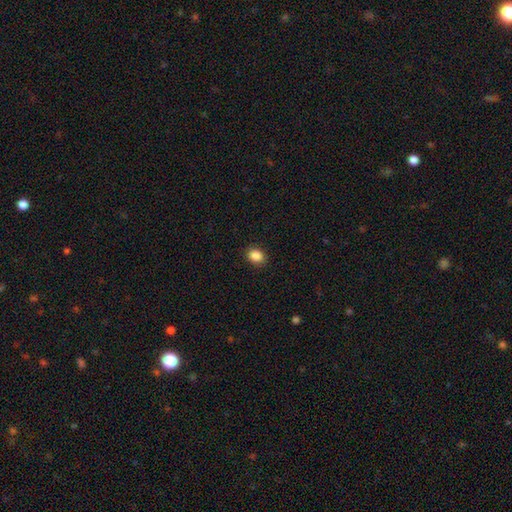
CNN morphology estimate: This is clearly a smooth galaxy (87%). How rounded: possibly round (50%). Merging: clearly none (90%).